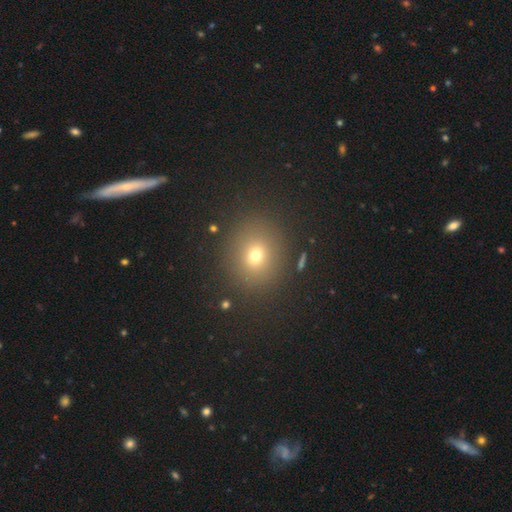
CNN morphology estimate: smooth_or_featured: smooth (p=0.69) [alt: star or artifact p=0.21]
how_rounded: round (p=0.80) [alt: in between p=0.19]
merging: none (p=0.87) [alt: minor disturbance p=0.08]